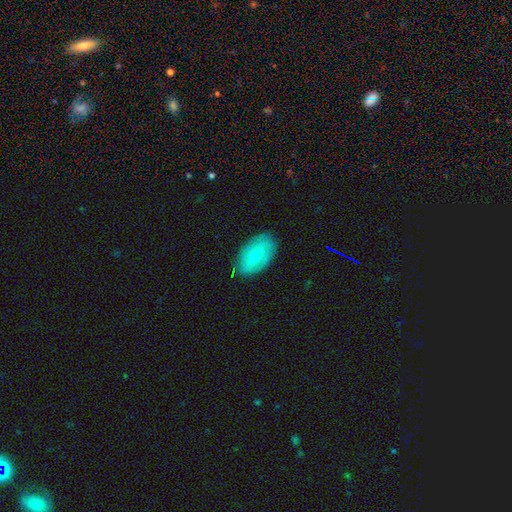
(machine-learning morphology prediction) Overall: smooth (55%; featured or disk 37%). How rounded: in between (91%). Merging: none (82%).